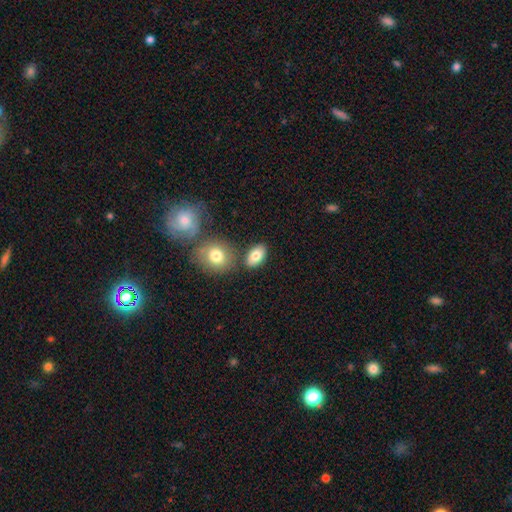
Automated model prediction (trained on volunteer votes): smooth_or_featured: smooth (p=0.79) [alt: featured or disk p=0.12]
how_rounded: in between (p=0.87) [alt: round p=0.11]
merging: none (p=0.75) [alt: minor disturbance p=0.11]